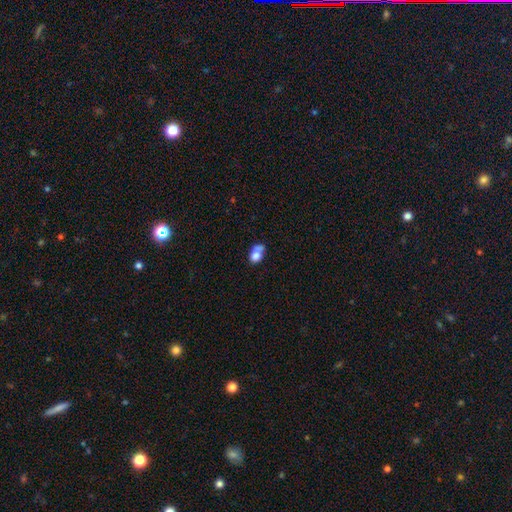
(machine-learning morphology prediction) This is likely a smooth galaxy (72%). How rounded: possibly in between (54%). Merging: marginally merger (44%).